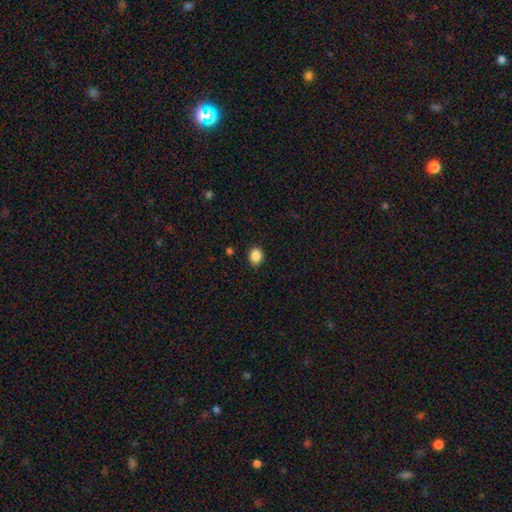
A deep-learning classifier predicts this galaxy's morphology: Smooth or featured?
  - smooth: 86% *
  - star or artifact: 10%
  - featured or disk: 4%
How rounded?
  - round: 64% *
  - in between: 35%
  - cigar-shaped: 1%
Merging?
  - none: 87% *
  - minor disturbance: 10%
  - major disturbance: 2%
  - merger: 1%